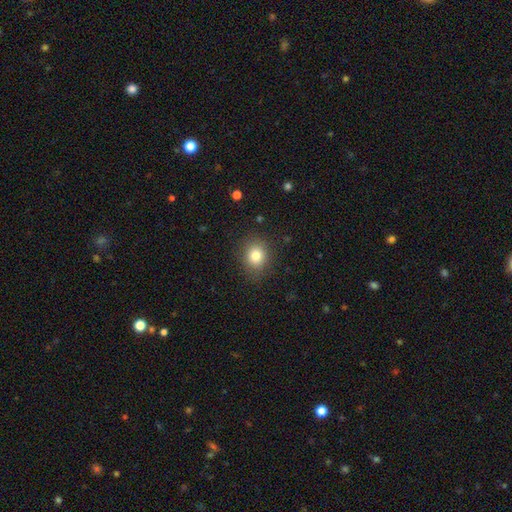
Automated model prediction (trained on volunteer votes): Smooth or featured?
  - smooth: 80% *
  - star or artifact: 12%
  - featured or disk: 8%
How rounded?
  - round: 70% *
  - in between: 29%
  - cigar-shaped: 1%
Merging?
  - none: 85% *
  - minor disturbance: 10%
  - major disturbance: 3%
  - merger: 1%